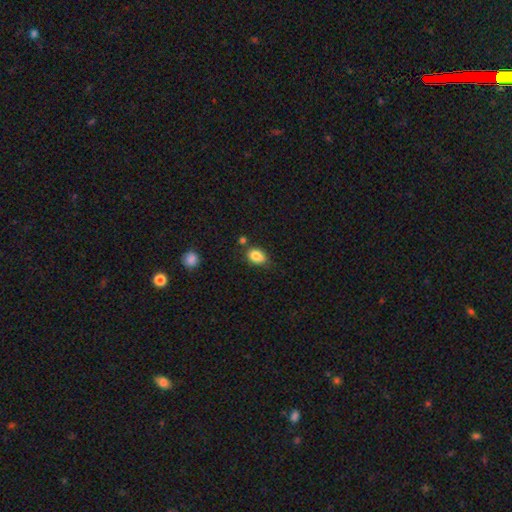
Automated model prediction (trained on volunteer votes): smooth 83%, star or artifact 9%, featured or disk 8%. Down the decision tree: how rounded — in between (79%); merging — none (65%).